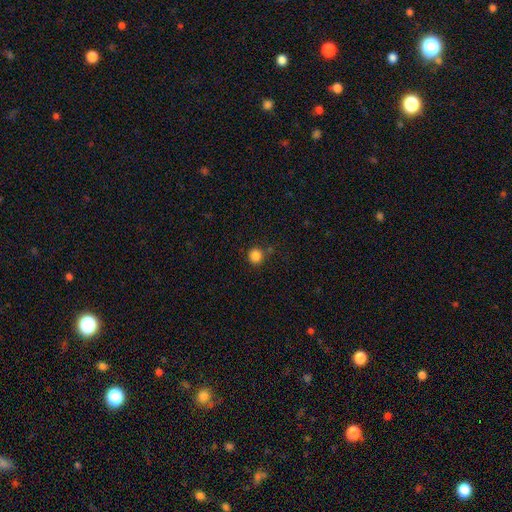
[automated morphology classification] This is clearly a smooth galaxy (85%). How rounded: clearly round (92%). Merging: clearly none (82%).